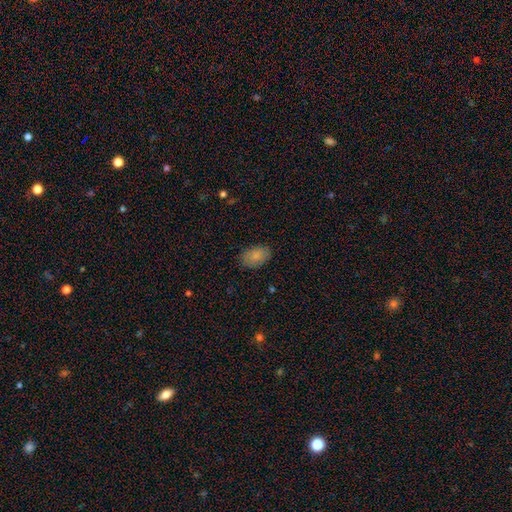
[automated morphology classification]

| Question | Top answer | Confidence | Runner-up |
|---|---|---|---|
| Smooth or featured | smooth | 84% | featured or disk (9%) |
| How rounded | in between | 90% | round (9%) |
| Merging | none | 84% | minor disturbance (12%) |